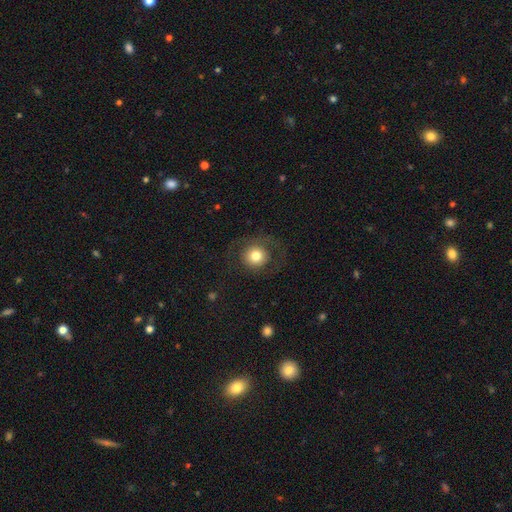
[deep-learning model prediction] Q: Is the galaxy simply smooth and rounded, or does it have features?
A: smooth — 68%.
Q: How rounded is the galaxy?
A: round — 88%.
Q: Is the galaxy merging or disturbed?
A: none — 72%.